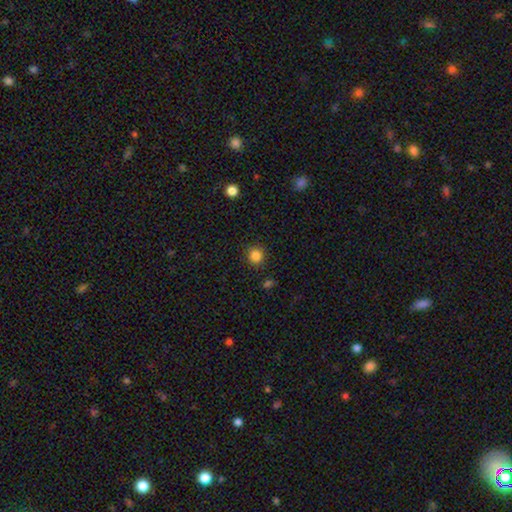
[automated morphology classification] Smooth or featured? smooth (85%)
How rounded? round (91%)
Merging? none (90%)